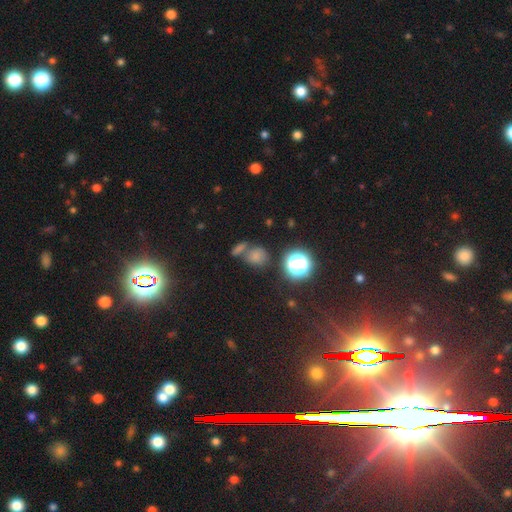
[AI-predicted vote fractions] Smooth or featured: smooth — 68% (star or artifact — 23%)
How rounded: round — 69% (in between — 29%)
Merging: none — 55% (merger — 28%)